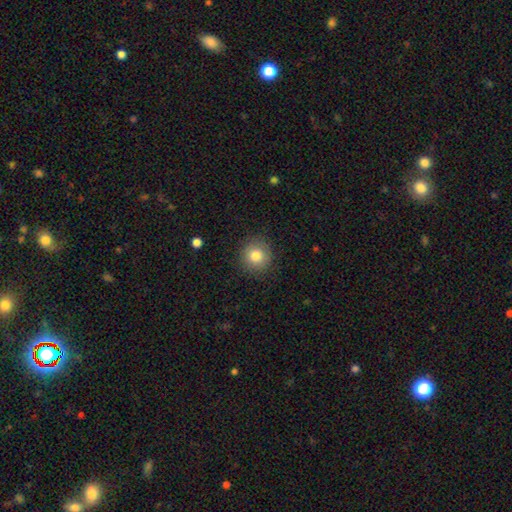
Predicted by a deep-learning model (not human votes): Smooth or featured?
  - smooth: 81% *
  - star or artifact: 10%
  - featured or disk: 9%
How rounded?
  - round: 91% *
  - in between: 8%
  - cigar-shaped: 1%
Merging?
  - none: 88% *
  - minor disturbance: 8%
  - major disturbance: 3%
  - merger: 1%